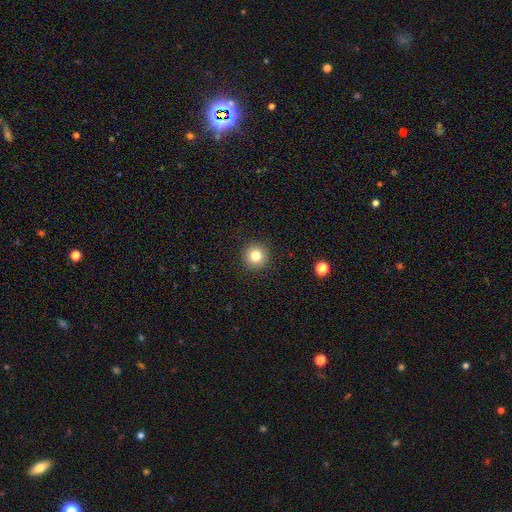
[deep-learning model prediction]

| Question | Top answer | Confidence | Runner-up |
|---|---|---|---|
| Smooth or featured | smooth | 81% | star or artifact (11%) |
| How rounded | round | 95% | in between (4%) |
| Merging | none | 92% | minor disturbance (5%) |